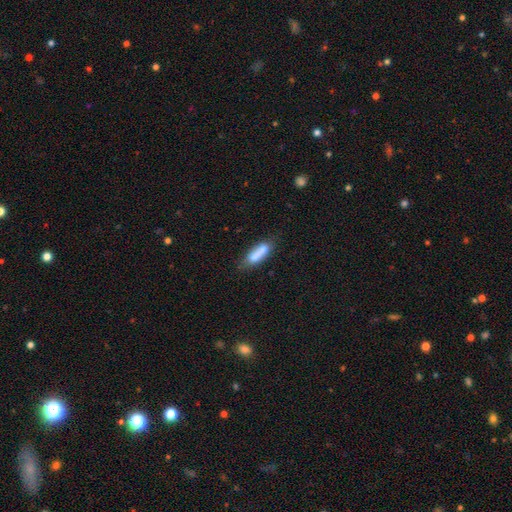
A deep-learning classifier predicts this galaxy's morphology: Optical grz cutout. It shows a smooth galaxy with no disk features (65%) that is in between round and cigar-shaped (56%). Merging: merger (46%).